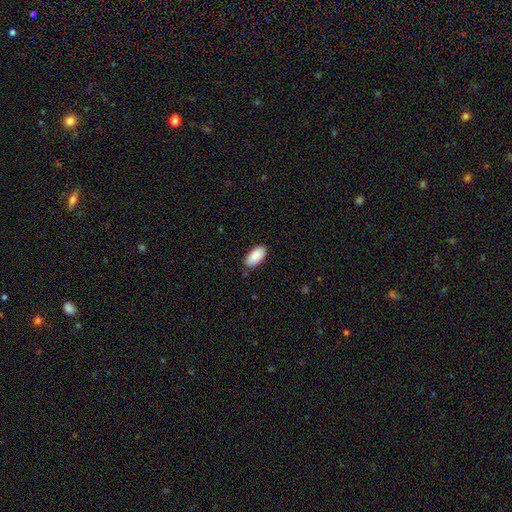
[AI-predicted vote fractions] Smooth or featured? smooth (89%)
How rounded? in between (93%)
Merging? none (82%)